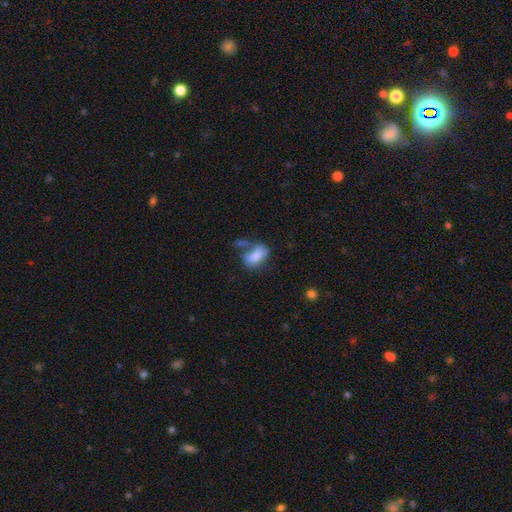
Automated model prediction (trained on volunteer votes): The model was most divided on "merging": none: 36%, merger: 24%, minor disturbance: 21%, major disturbance: 19%. More confident: how rounded — in between (88%); smooth or featured — smooth (75%).